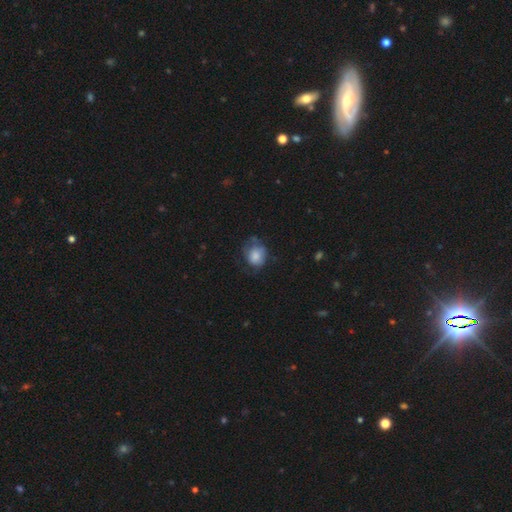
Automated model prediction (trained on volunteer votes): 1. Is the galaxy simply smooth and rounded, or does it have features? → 77% smooth, 14% featured or disk, 8% star or artifact.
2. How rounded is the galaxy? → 64% round, 36% in between, 1% cigar-shaped.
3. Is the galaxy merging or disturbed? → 47% none, 32% minor disturbance, 18% major disturbance, 2% merger.